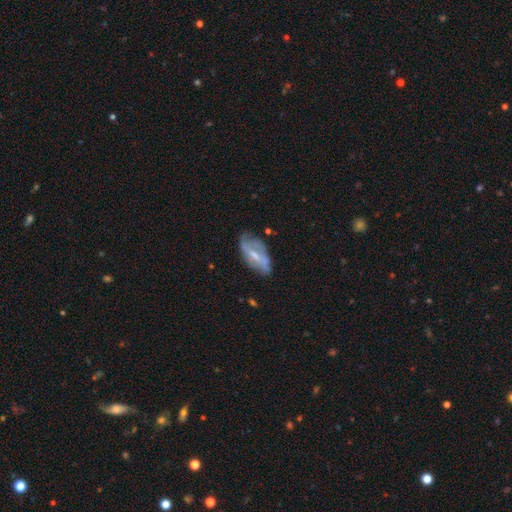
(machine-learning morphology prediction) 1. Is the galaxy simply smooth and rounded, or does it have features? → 67% featured or disk, 26% smooth, 7% star or artifact.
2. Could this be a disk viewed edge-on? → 90% no, 10% yes.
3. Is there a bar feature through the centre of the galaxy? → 47% weak, 26% no, 26% strong.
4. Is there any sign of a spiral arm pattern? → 74% yes, 26% no.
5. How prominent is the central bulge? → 43% small, 40% moderate, 13% none, 3% large, 1% dominant.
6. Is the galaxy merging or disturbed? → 56% none, 28% minor disturbance, 13% major disturbance, 3% merger.